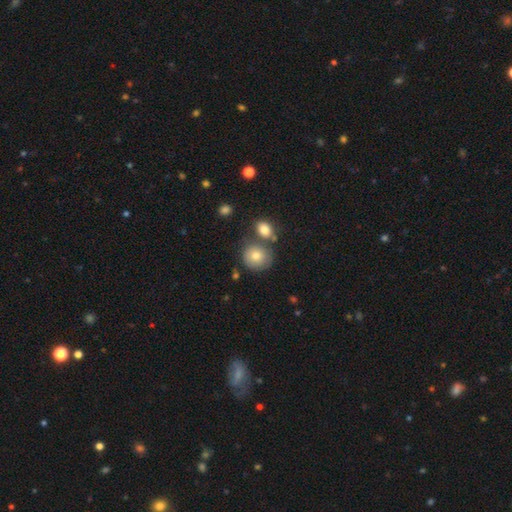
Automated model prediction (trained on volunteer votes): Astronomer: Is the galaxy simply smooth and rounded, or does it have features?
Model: smooth — 79%.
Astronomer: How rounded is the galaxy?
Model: round — 83%.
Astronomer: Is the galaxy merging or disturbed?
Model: none — 64%.